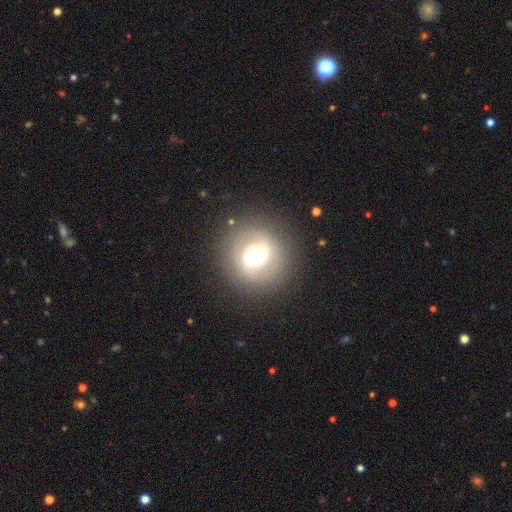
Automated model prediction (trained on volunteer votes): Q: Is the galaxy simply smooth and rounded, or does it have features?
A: featured or disk — 61%.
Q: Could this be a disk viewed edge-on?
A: no — 97%.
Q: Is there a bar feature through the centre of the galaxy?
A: no — 41%.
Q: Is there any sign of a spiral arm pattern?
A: yes — 77%.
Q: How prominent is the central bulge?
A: moderate — 61%.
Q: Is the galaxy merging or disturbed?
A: none — 85%.